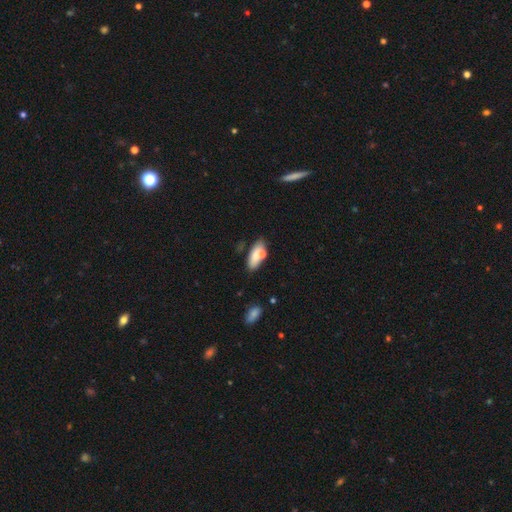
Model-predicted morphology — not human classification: smooth_or_featured: smooth (p=0.74) [alt: featured or disk p=0.18]
how_rounded: in between (p=0.75) [alt: cigar-shaped p=0.21]
merging: none (p=0.63) [alt: minor disturbance p=0.17]